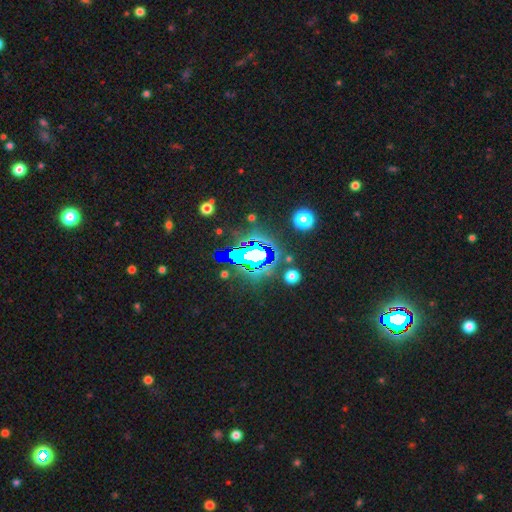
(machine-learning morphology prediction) Smooth or featured: star or artifact — 69% (smooth — 16%)